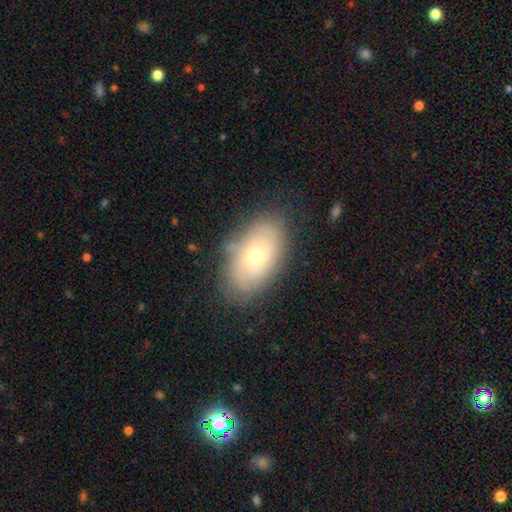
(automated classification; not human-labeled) smooth-or-featured: smooth: 55% | featured or disk: 36% | star or artifact: 9%
  how-rounded: in between: 90% | round: 9% | cigar-shaped: 2%
  merging: none: 76% | minor disturbance: 17% | major disturbance: 5% | merger: 2%